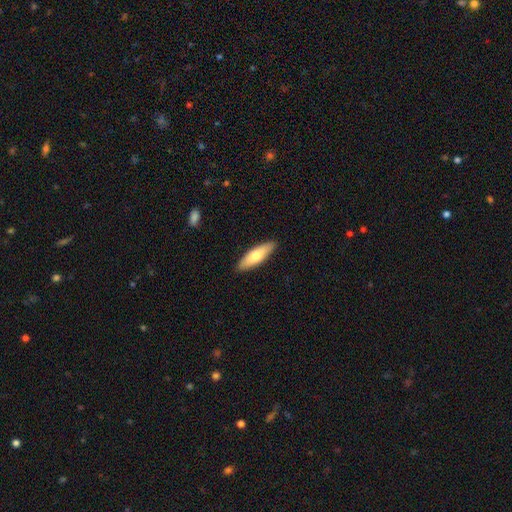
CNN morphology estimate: Smooth or featured? Predicted: smooth (p=0.68). How rounded? Predicted: cigar-shaped (p=0.55). Merging? Predicted: none (p=0.89).